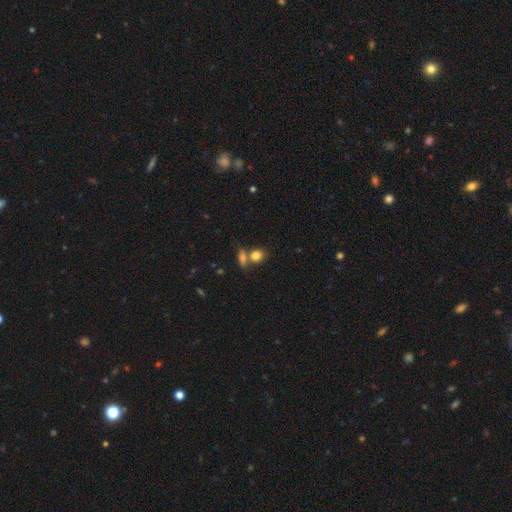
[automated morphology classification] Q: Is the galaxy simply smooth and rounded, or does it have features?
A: smooth — 80%.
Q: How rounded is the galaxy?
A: round — 59%.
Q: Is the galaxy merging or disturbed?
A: none — 48%.